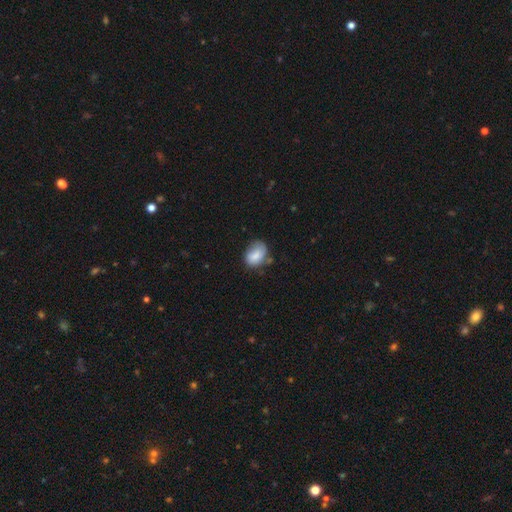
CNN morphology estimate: Smooth or featured? Predicted: smooth (p=0.77). How rounded? Predicted: in between (p=0.70). Merging? Predicted: none (p=0.50).